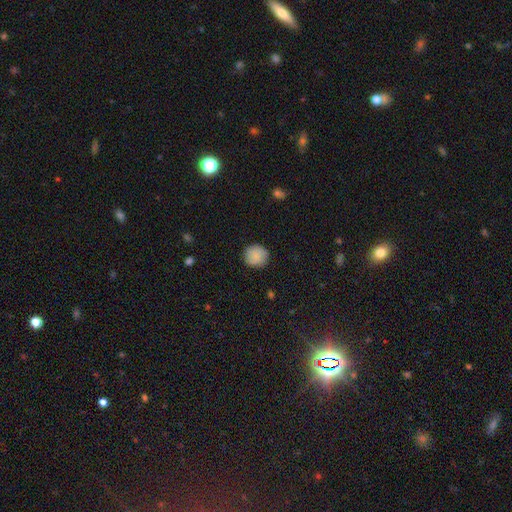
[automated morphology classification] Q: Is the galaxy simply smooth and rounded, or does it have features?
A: smooth — 82%.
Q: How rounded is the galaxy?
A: round — 92%.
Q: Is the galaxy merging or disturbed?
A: none — 87%.